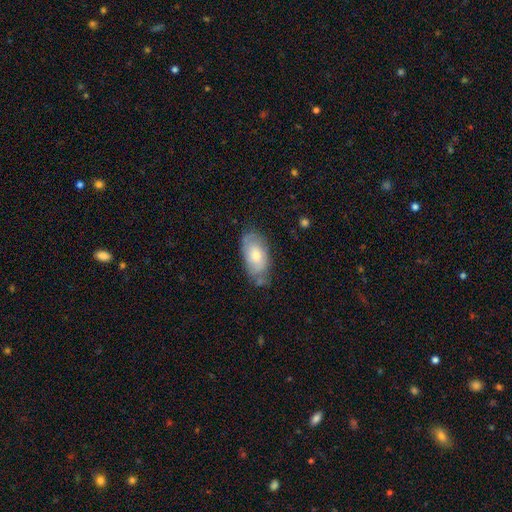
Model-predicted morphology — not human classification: Smooth or featured? Predicted: smooth (p=0.63). How rounded? Predicted: in between (p=0.92). Merging? Predicted: none (p=0.61).